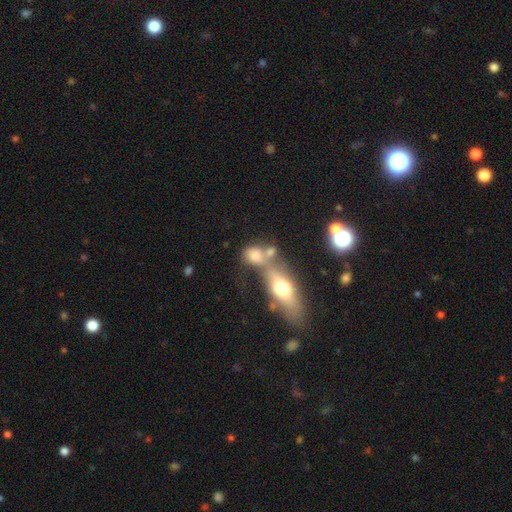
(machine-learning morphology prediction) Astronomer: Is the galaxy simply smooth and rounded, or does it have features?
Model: smooth — 66%.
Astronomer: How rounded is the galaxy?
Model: in between — 58% (runner-up: round, 36%).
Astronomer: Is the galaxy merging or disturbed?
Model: merger — 46% (runner-up: none, 33%).